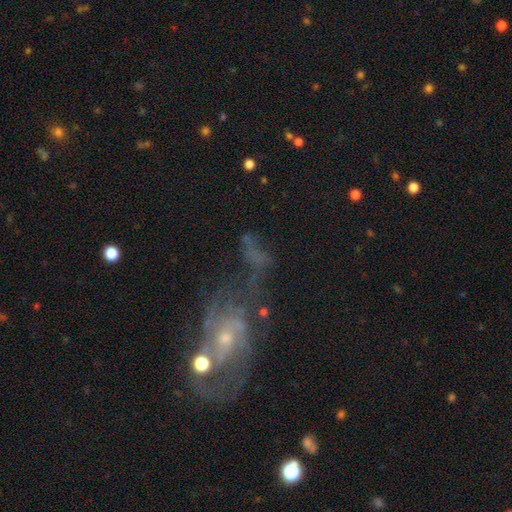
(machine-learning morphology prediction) smooth_or_featured: featured or disk (p=0.52) [alt: smooth p=0.27]
disk_edge_on: no (p=0.93) [alt: yes p=0.07]
merging: major disturbance (p=0.34) [alt: none p=0.31]